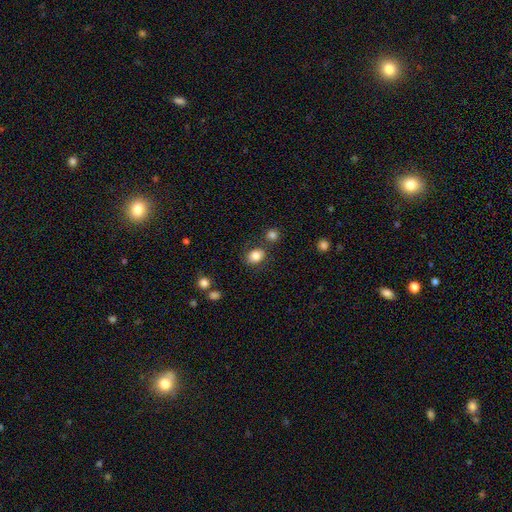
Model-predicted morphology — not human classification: smooth-or-featured: smooth: 84% | star or artifact: 9% | featured or disk: 7%
  how-rounded: in between: 62% | round: 37% | cigar-shaped: 1%
  merging: none: 75% | minor disturbance: 13% | merger: 8% | major disturbance: 4%